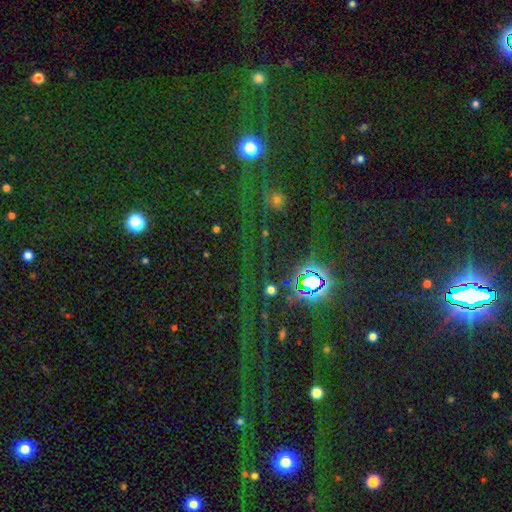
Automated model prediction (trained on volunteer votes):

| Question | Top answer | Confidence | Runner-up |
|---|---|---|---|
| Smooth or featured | star or artifact | 75% | smooth (16%) |